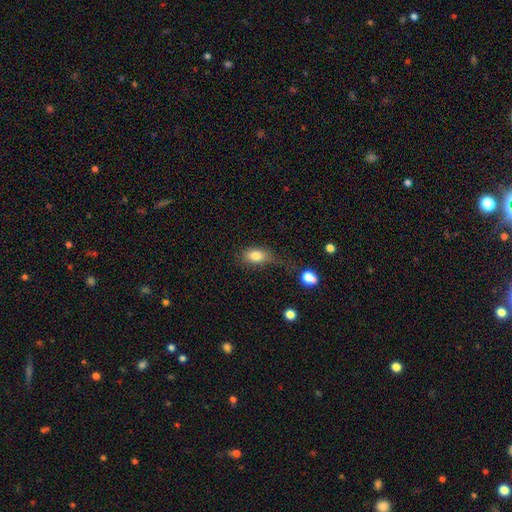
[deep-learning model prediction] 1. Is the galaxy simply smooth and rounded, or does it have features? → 82% smooth, 9% star or artifact, 9% featured or disk.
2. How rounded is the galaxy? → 83% in between, 14% round, 3% cigar-shaped.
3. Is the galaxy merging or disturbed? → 51% none, 27% minor disturbance, 16% major disturbance, 7% merger.